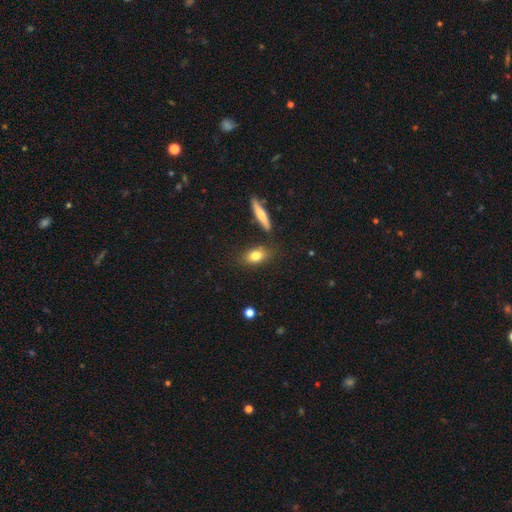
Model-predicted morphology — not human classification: Overall: smooth (78%). How rounded: in between (75%). Merging: none (78%).